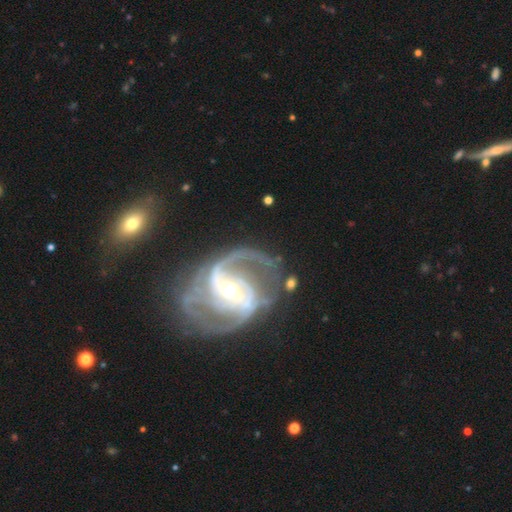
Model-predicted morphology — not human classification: Smooth or featured: featured or disk — 92% (star or artifact — 5%)
Edge-on disk: no — 98% (yes — 2%)
Bar: strong — 44% (weak — 35%)
Spiral arms: yes — 98% (no — 2%)
Spiral winding: medium — 56% (tight — 27%)
Spiral arm count: 2 — 70% (3 — 14%)
Bulge size: small — 55% (moderate — 41%)
Merging: none — 61% (minor disturbance — 18%)